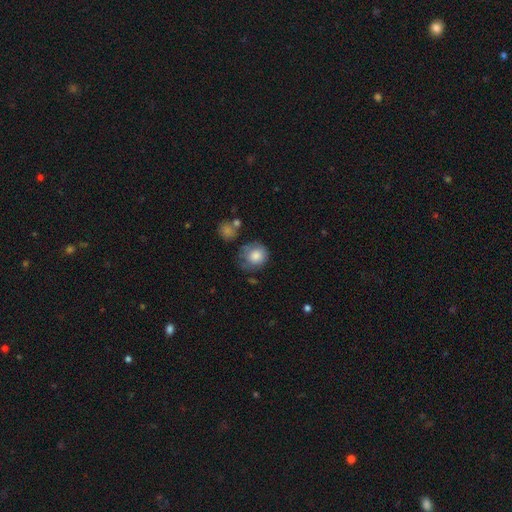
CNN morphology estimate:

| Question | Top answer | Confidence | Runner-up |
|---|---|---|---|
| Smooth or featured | smooth | 79% | featured or disk (13%) |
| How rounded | round | 80% | in between (19%) |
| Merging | none | 51% | minor disturbance (30%) |